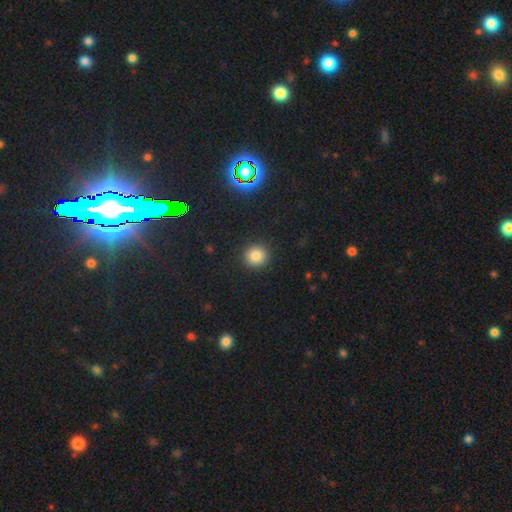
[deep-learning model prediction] Q: Smooth or featured?
A: smooth (83%); runner-up: star or artifact (13%)
Q: How rounded?
A: round (91%); runner-up: in between (8%)
Q: Merging?
A: none (91%); runner-up: minor disturbance (5%)